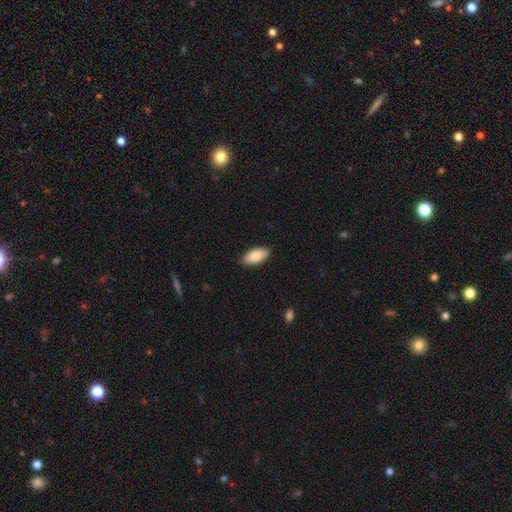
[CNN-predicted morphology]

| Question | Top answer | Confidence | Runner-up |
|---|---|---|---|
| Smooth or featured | smooth | 87% | featured or disk (7%) |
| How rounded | in between | 92% | cigar-shaped (6%) |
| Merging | none | 87% | minor disturbance (10%) |